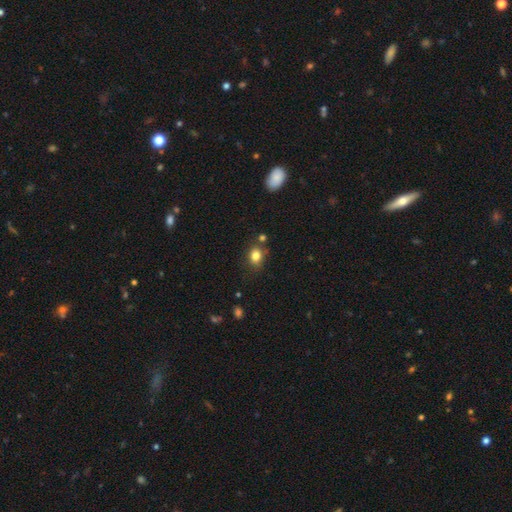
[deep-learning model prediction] smooth_or_featured: smooth (p=0.82) [alt: star or artifact p=0.11]
how_rounded: in between (p=0.52) [alt: round p=0.47]
merging: none (p=0.73) [alt: minor disturbance p=0.15]